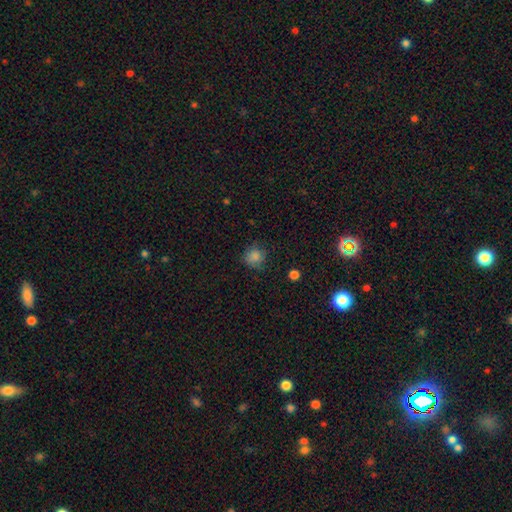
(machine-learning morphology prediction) Smooth or featured?
  - smooth: 82% *
  - star or artifact: 12%
  - featured or disk: 6%
How rounded?
  - round: 86% *
  - in between: 13%
  - cigar-shaped: 1%
Merging?
  - none: 72% *
  - minor disturbance: 20%
  - major disturbance: 6%
  - merger: 1%